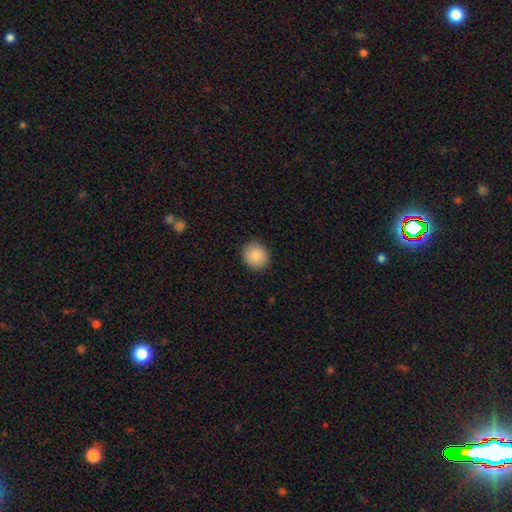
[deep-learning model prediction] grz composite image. It shows a smooth galaxy with no disk features (86%) that is round (83%). Merging: none (90%).